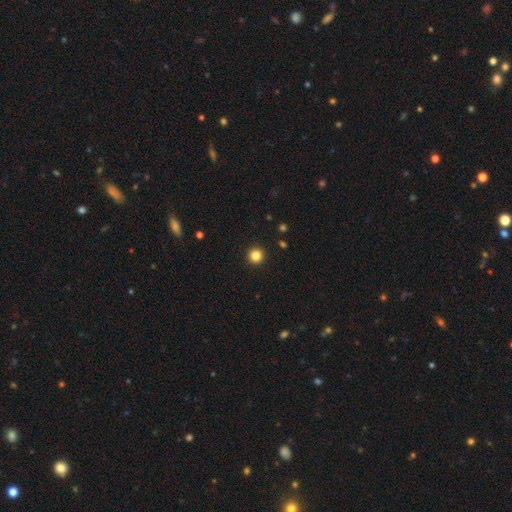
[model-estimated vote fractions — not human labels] This is clearly a smooth galaxy (84%). How rounded: clearly round (96%). Merging: clearly none (94%).